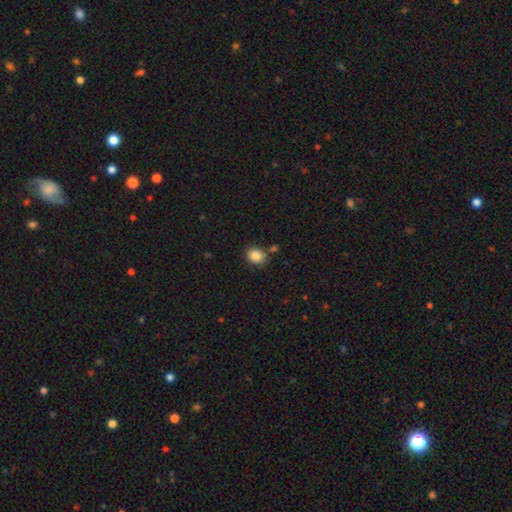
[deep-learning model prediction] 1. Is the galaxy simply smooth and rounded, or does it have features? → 85% smooth, 9% star or artifact, 5% featured or disk.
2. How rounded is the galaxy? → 58% round, 41% in between, 1% cigar-shaped.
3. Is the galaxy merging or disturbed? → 82% none, 9% minor disturbance, 6% merger, 2% major disturbance.